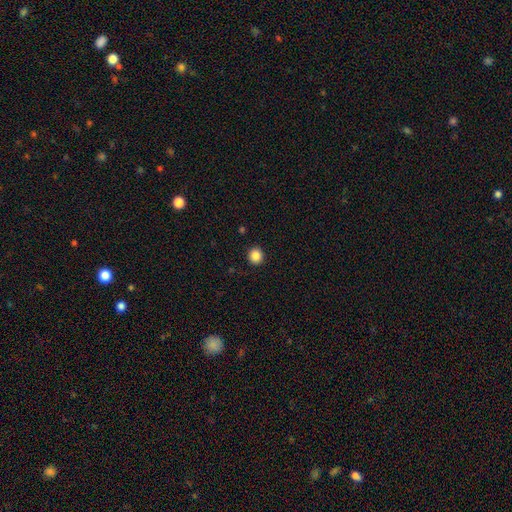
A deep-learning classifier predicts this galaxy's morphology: smooth 86%, star or artifact 10%, featured or disk 4%. Down the decision tree: how rounded — round (90%); merging — none (92%).